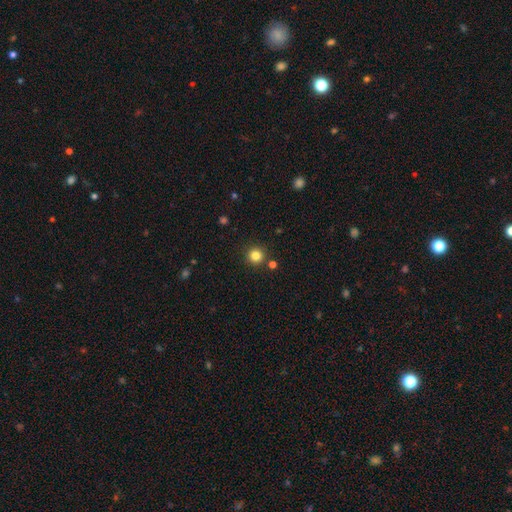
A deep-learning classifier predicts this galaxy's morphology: type=smooth (82%); roundness=round (95%); merging=none (88%).